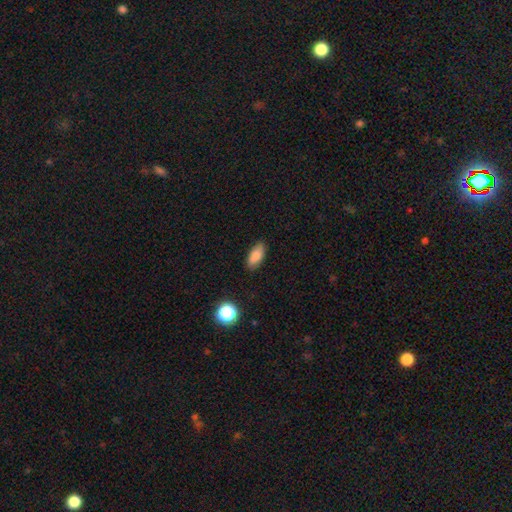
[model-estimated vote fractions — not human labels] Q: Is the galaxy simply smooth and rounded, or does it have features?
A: smooth — 85%.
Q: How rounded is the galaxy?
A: in between — 85%.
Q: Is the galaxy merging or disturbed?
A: none — 85%.